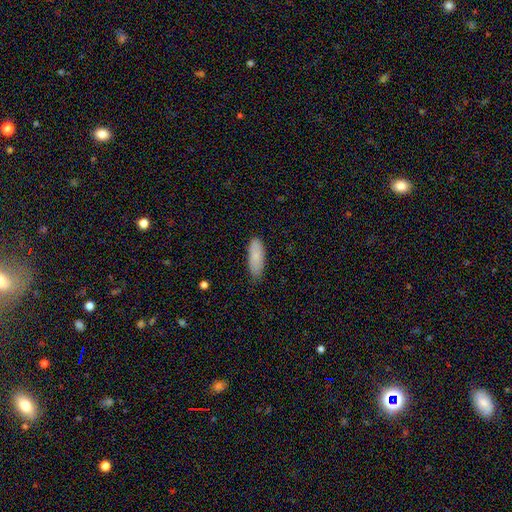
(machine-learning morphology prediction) This appears to be a smooth galaxy with no disk features (84%) that is in between round and cigar-shaped (67%). Merging: none (74%).